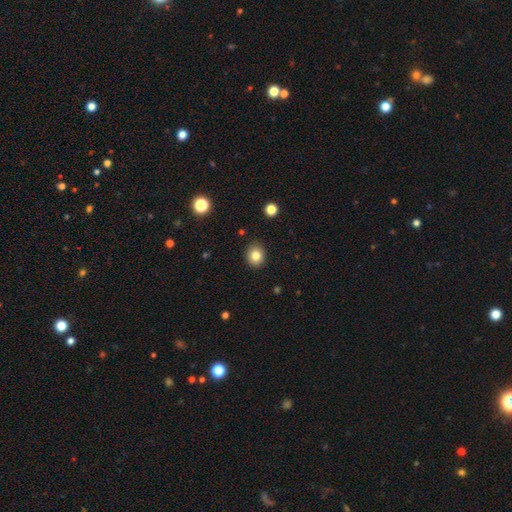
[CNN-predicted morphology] This is clearly a smooth galaxy (82%). How rounded: likely round (70%). Merging: clearly none (89%).